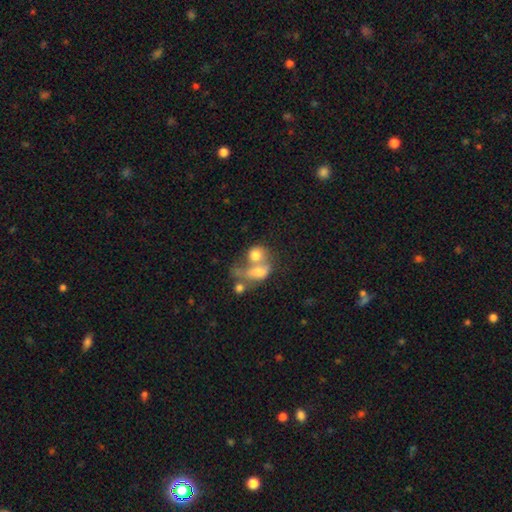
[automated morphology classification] A smooth galaxy with no disk features (64%) that is round (50%). Merging: merger (69%).